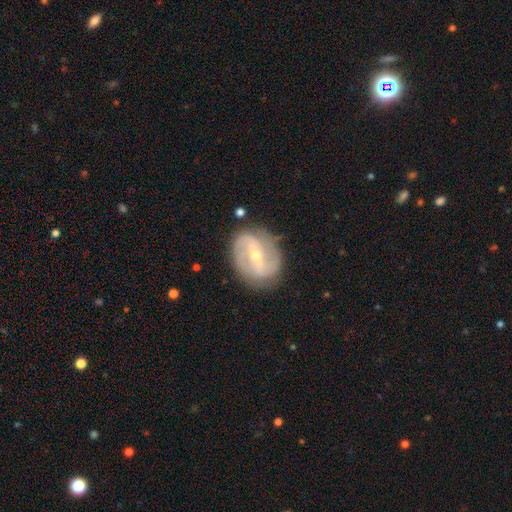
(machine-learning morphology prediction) Smooth or featured? featured or disk (83%)
Edge-on disk? no (95%)
Bar? strong (52%)
Spiral arms? yes (87%)
Spiral winding? medium (42%)
Spiral arm count? 2 (80%)
Bulge size? small (63%)
Merging? none (78%)